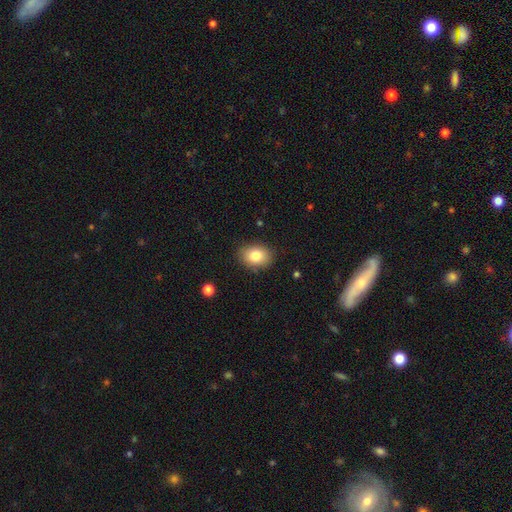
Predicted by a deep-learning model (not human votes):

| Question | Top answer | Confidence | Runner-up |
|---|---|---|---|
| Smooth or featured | smooth | 82% | featured or disk (10%) |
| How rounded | in between | 73% | round (26%) |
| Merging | none | 86% | minor disturbance (11%) |